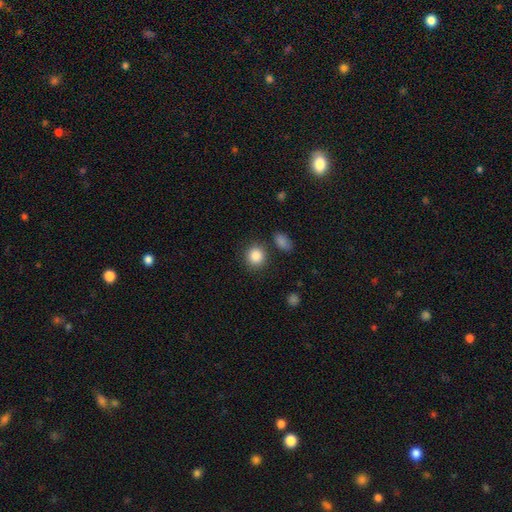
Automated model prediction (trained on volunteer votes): Smooth or featured? smooth (87%)
How rounded? round (84%)
Merging? none (83%)